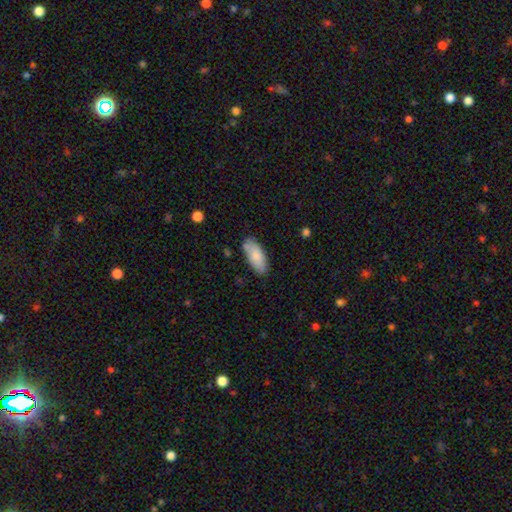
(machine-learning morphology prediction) smooth_or_featured: smooth (p=0.82) [alt: featured or disk p=0.11]
how_rounded: in between (p=0.85) [alt: cigar-shaped p=0.13]
merging: none (p=0.72) [alt: minor disturbance p=0.19]